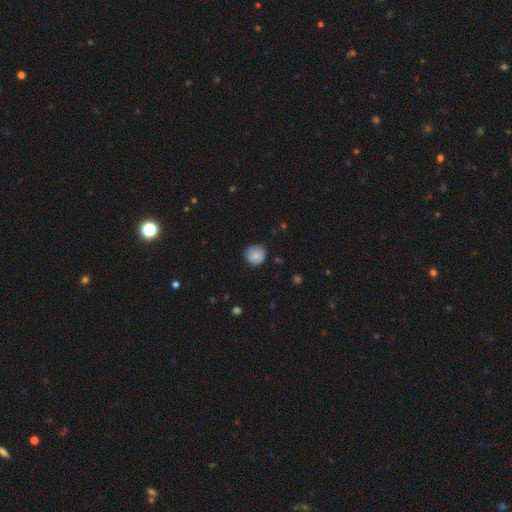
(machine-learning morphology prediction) smooth_or_featured: smooth (p=0.82) [alt: featured or disk p=0.10]
how_rounded: round (p=0.90) [alt: in between p=0.09]
merging: none (p=0.81) [alt: minor disturbance p=0.15]